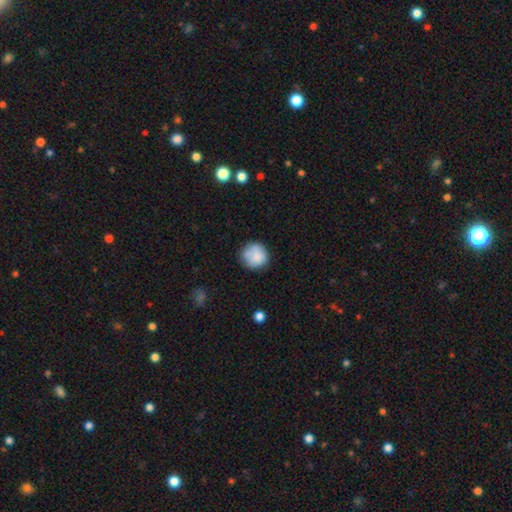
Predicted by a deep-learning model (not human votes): Smooth or featured? smooth (81%)
How rounded? round (92%)
Merging? none (72%)